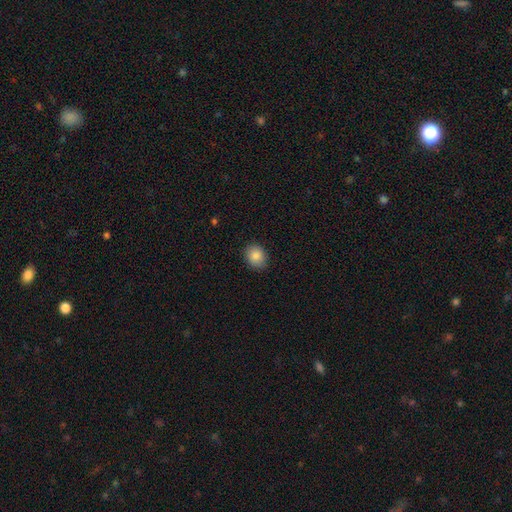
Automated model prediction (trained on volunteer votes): smooth 87%, star or artifact 8%, featured or disk 5%. Down the decision tree: how rounded — round (58%); merging — none (86%).